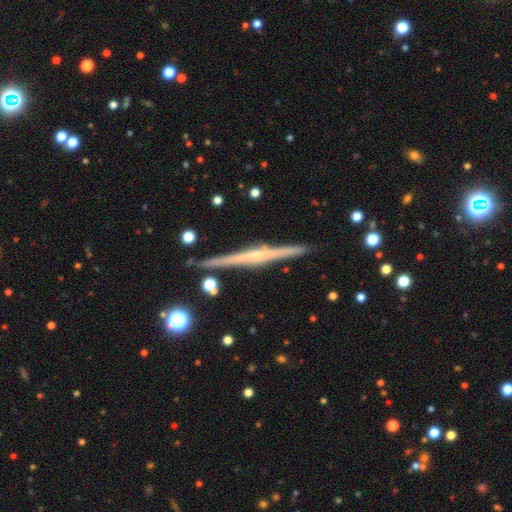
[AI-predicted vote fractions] Smooth or featured? featured or disk (78%)
Edge-on disk? yes (98%)
Edge-on bulge? rounded (48%)
Merging? none (89%)